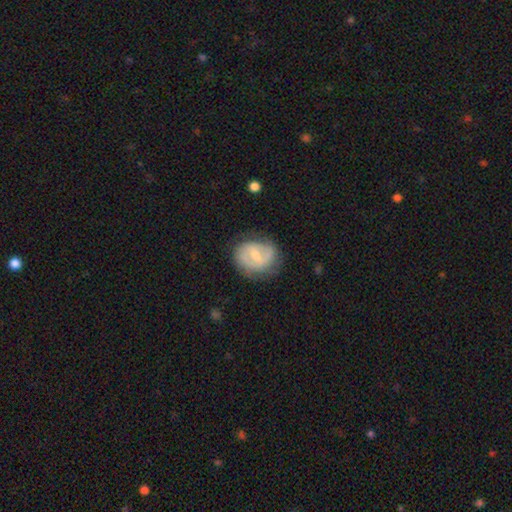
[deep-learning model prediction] This appears to be a featured or disk galaxy (61%) with a weak bar (54%), spiral arms (74%) and a moderate central bulge (49%). Merging: none (65%).